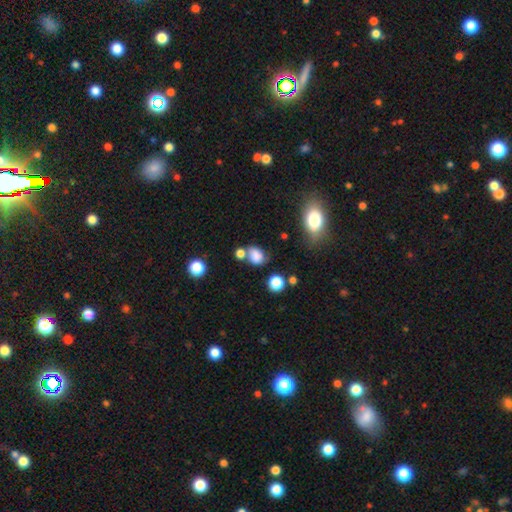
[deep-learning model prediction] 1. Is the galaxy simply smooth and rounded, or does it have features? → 77% smooth, 13% star or artifact, 10% featured or disk.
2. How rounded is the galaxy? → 61% in between, 37% round, 2% cigar-shaped.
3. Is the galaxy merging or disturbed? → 46% none, 26% merger, 20% minor disturbance, 8% major disturbance.